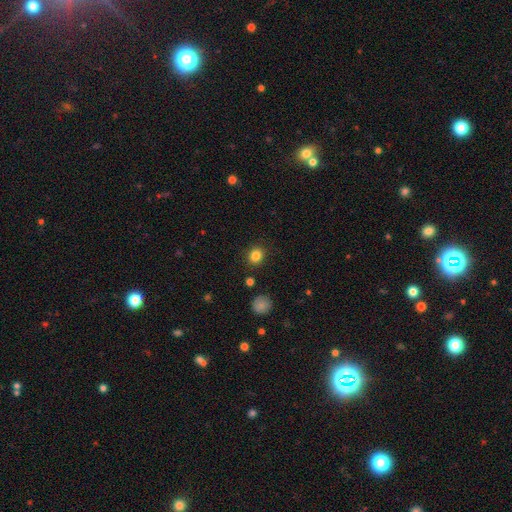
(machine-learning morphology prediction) Overall: smooth (84%). How rounded: round (77%). Merging: none (89%).